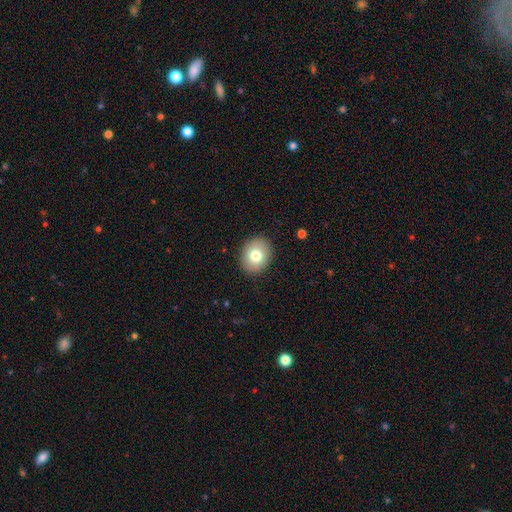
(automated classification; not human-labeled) smooth_or_featured: smooth (p=0.78) [alt: featured or disk p=0.13]
how_rounded: round (p=0.56) [alt: in between p=0.43]
merging: none (p=0.90) [alt: minor disturbance p=0.07]